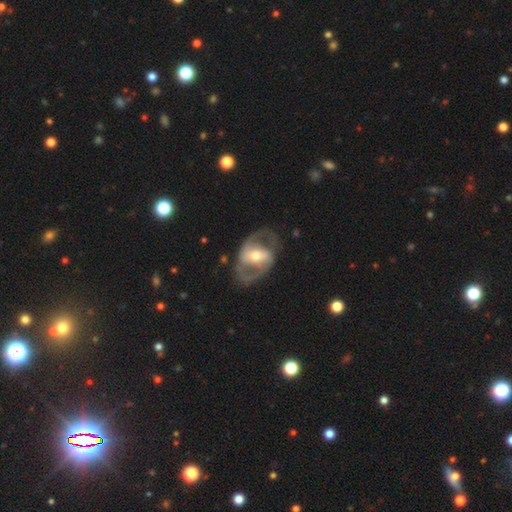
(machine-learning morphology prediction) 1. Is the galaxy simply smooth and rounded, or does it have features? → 81% featured or disk, 15% smooth, 5% star or artifact.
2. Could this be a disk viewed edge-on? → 95% no, 5% yes.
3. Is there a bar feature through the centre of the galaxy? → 45% strong, 34% weak, 22% no.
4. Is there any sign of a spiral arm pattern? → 76% yes, 24% no.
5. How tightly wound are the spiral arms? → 53% medium, 26% loose, 21% tight.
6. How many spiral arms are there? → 86% 2, 8% can't tell, 3% 1, 1% 3, 1% 4, 1% more than 4.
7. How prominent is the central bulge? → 59% moderate, 31% small, 8% large, 1% none, 1% dominant.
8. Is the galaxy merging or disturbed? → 70% none, 15% minor disturbance, 13% major disturbance, 2% merger.